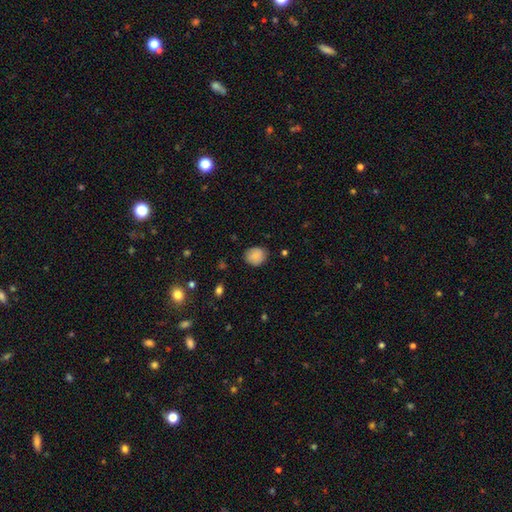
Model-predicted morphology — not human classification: The model was most divided on "how rounded": round: 74%, in between: 25%, cigar-shaped: 1%. More confident: smooth or featured — smooth (86%); merging — none (81%).